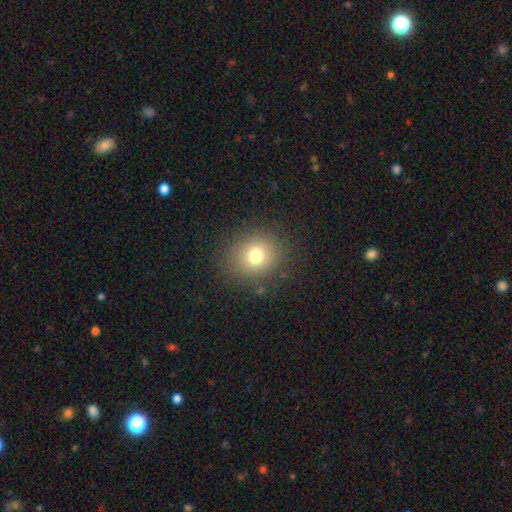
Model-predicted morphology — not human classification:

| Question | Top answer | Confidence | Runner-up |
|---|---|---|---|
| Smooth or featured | smooth | 76% | star or artifact (14%) |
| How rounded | round | 83% | in between (16%) |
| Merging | none | 86% | minor disturbance (8%) |